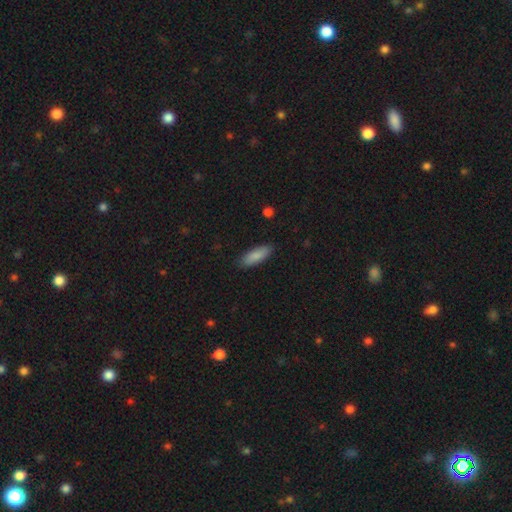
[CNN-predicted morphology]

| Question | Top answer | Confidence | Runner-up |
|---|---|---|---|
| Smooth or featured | smooth | 86% | featured or disk (8%) |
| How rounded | in between | 64% | cigar-shaped (34%) |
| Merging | none | 87% | minor disturbance (10%) |